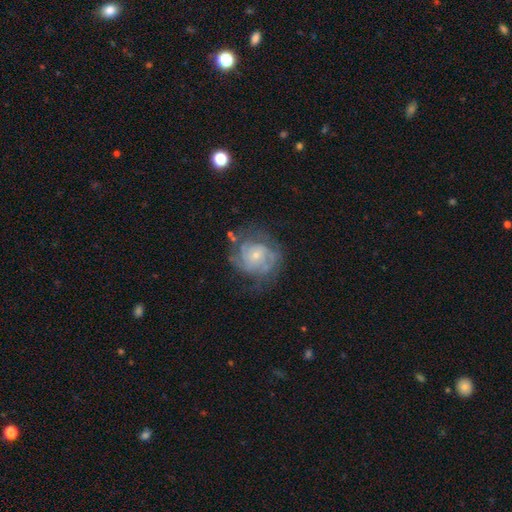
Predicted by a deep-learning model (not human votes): Smooth or featured? featured or disk (76%)
Edge-on disk? no (98%)
Bar? no (76%)
Spiral arms? yes (85%)
Spiral winding? tight (55%)
Spiral arm count? can't tell (41%)
Bulge size? small (72%)
Merging? none (60%)